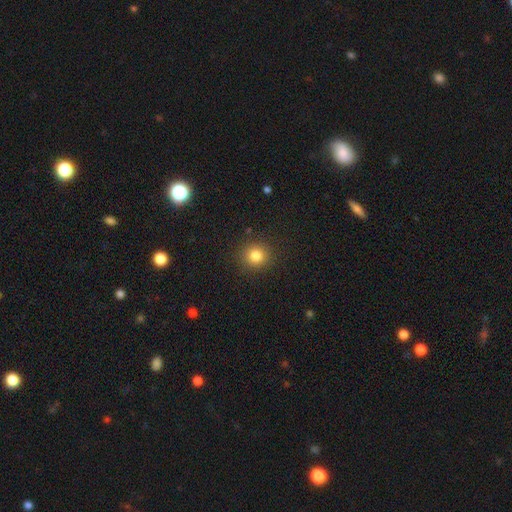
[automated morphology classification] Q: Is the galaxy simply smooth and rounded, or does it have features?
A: smooth — 82%.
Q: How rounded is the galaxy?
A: round — 90%.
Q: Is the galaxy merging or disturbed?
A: none — 90%.